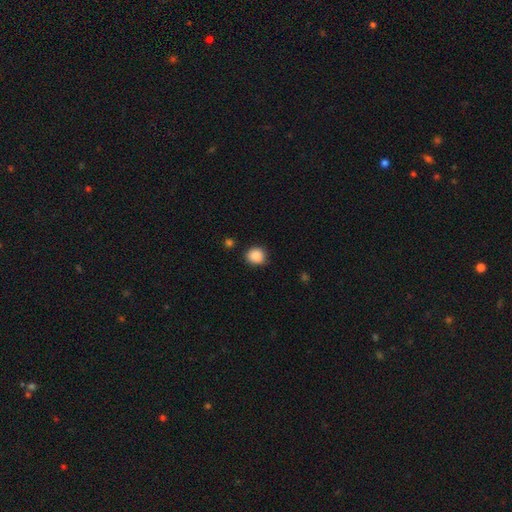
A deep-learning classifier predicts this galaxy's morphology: Smooth or featured?
  - smooth: 88% *
  - star or artifact: 9%
  - featured or disk: 3%
How rounded?
  - round: 82% *
  - in between: 17%
  - cigar-shaped: 1%
Merging?
  - none: 83% *
  - minor disturbance: 13%
  - major disturbance: 3%
  - merger: 2%